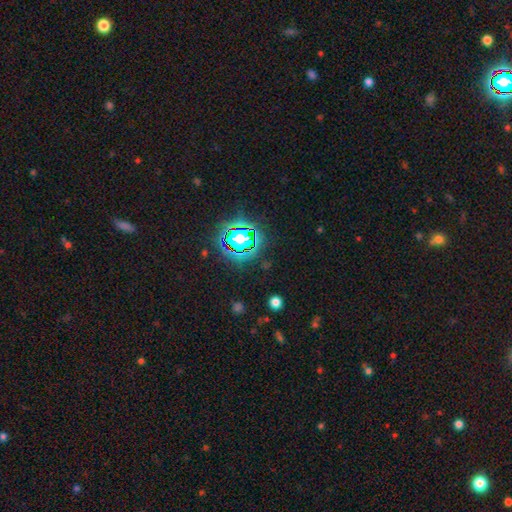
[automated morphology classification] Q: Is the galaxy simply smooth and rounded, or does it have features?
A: star or artifact — 79%.